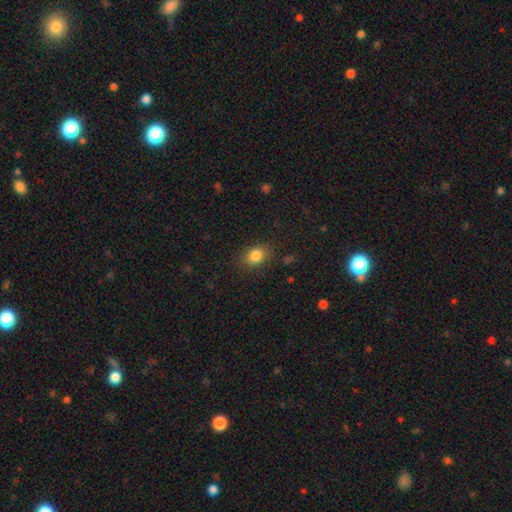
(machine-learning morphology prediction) Smooth or featured? smooth (84%)
How rounded? in between (57%)
Merging? none (84%)